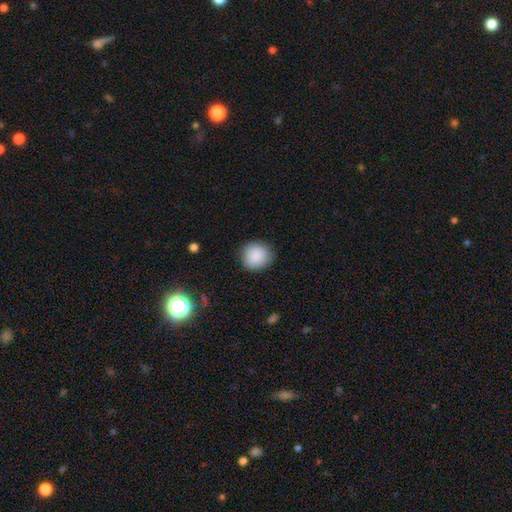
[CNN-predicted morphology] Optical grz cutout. It shows a smooth galaxy with no disk features (88%) that is round (87%). Merging: none (85%).